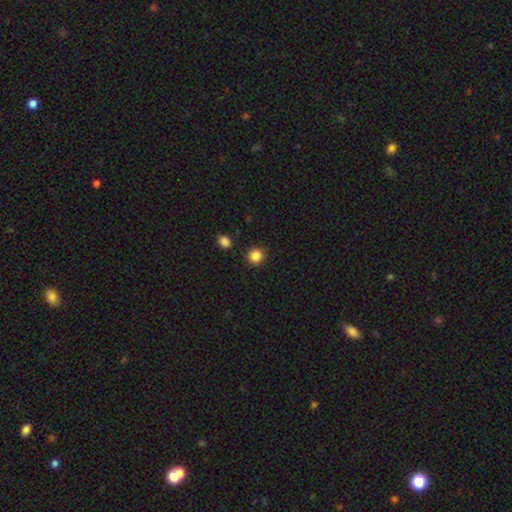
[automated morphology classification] This is clearly a smooth galaxy (85%). How rounded: clearly round (91%). Merging: clearly none (90%).